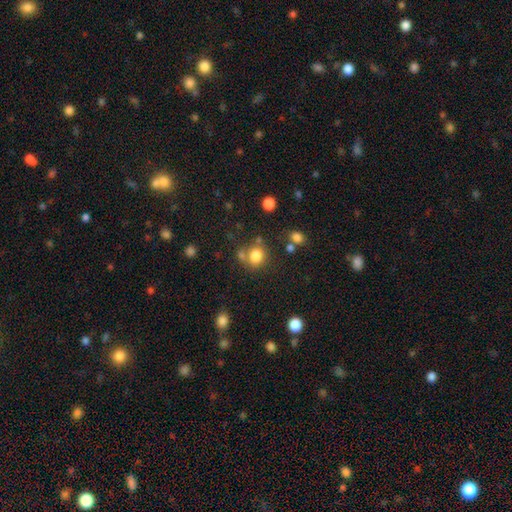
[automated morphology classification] smooth 80%, star or artifact 12%, featured or disk 7%. Down the decision tree: how rounded — round (79%); merging — none (64%).